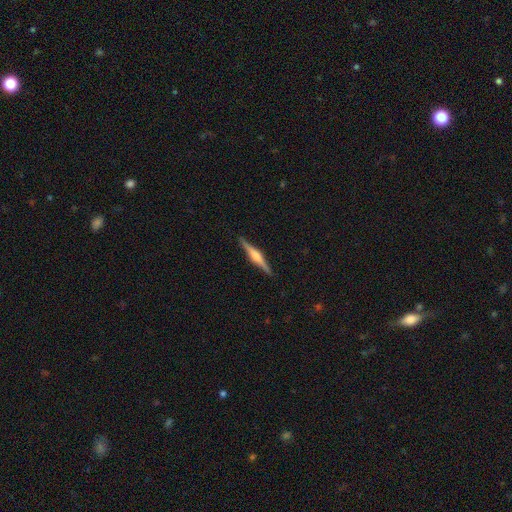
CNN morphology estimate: This appears to be a featured or disk galaxy (74%) viewed edge-on (98%) with a rounded central bulge (78%). Merging: none (91%).